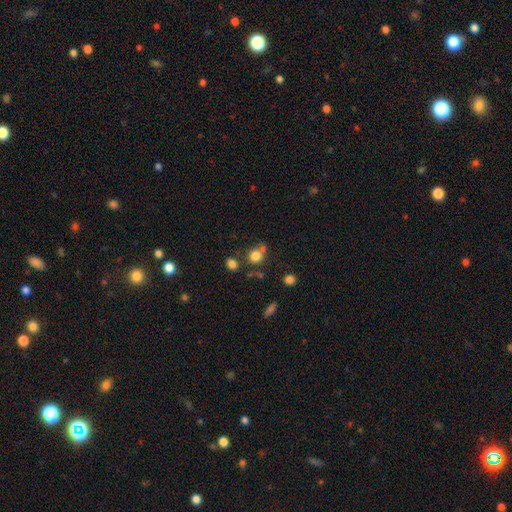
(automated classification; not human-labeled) Smooth or featured: smooth — 78% (star or artifact — 14%)
How rounded: round — 84% (in between — 15%)
Merging: none — 59% (merger — 25%)